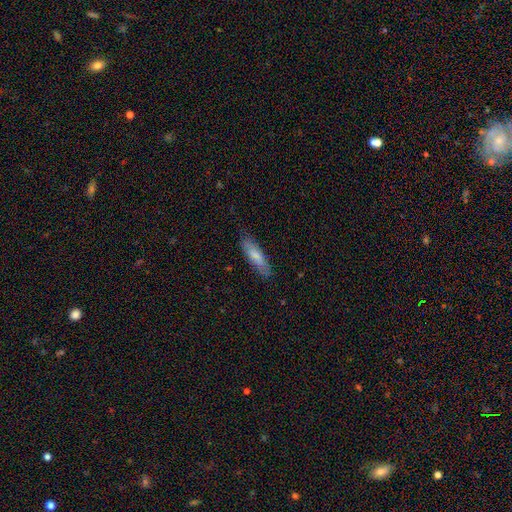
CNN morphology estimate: Overall: smooth (74%). How rounded: cigar-shaped (62%; in between 37%). Merging: none (79%).